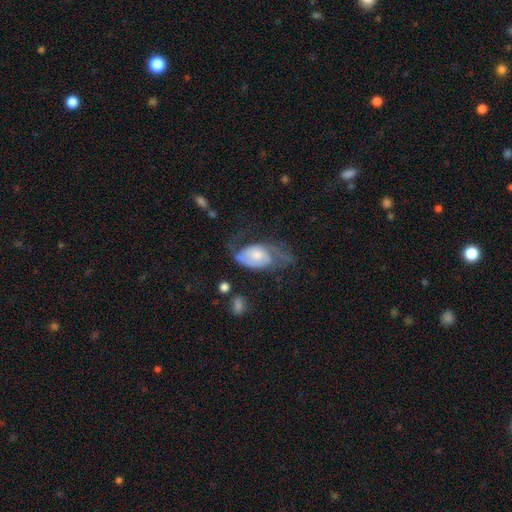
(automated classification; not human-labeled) smooth_or_featured: featured or disk (p=0.58) [alt: smooth p=0.36]
disk_edge_on: no (p=0.94) [alt: yes p=0.06]
bar: no (p=0.75) [alt: weak p=0.21]
has_spiral_arms: yes (p=0.74) [alt: no p=0.26]
bulge_size: moderate (p=0.47) [alt: small p=0.32]
merging: major disturbance (p=0.45) [alt: none p=0.27]